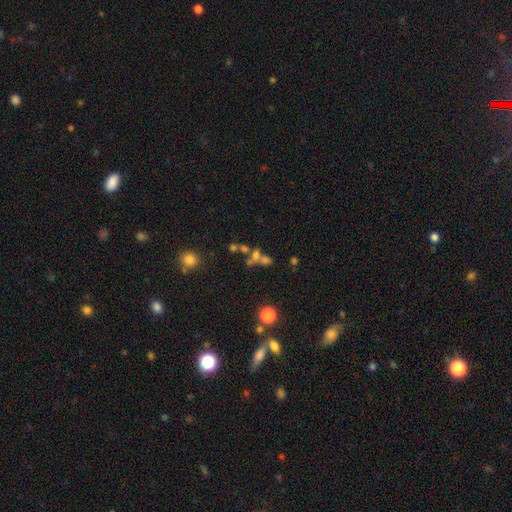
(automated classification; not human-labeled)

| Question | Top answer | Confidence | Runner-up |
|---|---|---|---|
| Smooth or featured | smooth | 52% | star or artifact (24%) |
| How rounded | round | 49% | in between (45%) |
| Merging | merger | 50% | none (33%) |